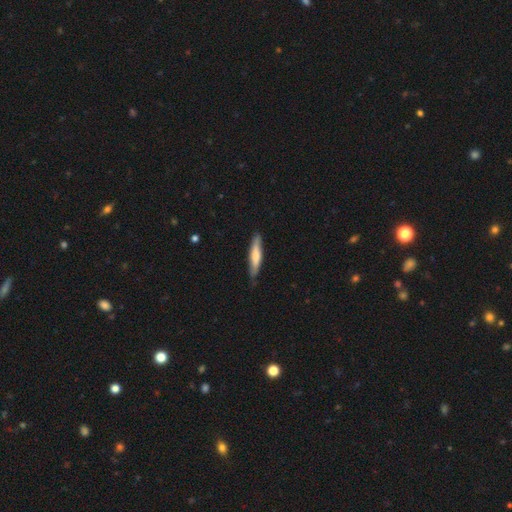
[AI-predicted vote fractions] Morphology: type=smooth (61%); roundness=cigar-shaped (86%); merging=none (79%).